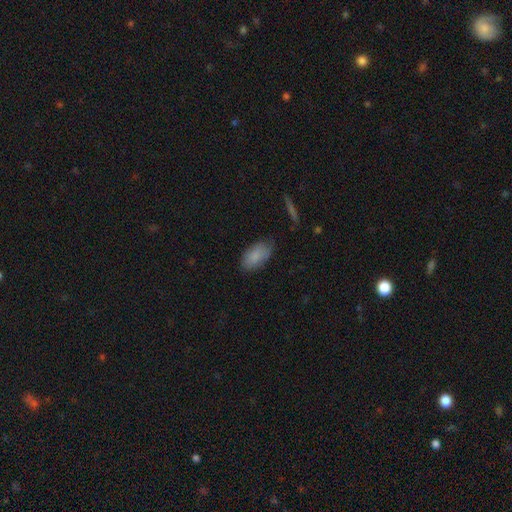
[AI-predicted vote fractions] Smooth or featured? Predicted: smooth (p=0.86). How rounded? Predicted: in between (p=0.93). Merging? Predicted: none (p=0.76).